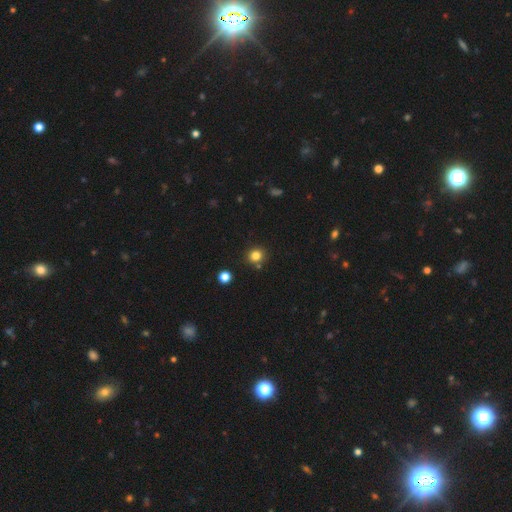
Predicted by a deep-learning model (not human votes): Smooth or featured? smooth (81%)
How rounded? round (86%)
Merging? none (82%)